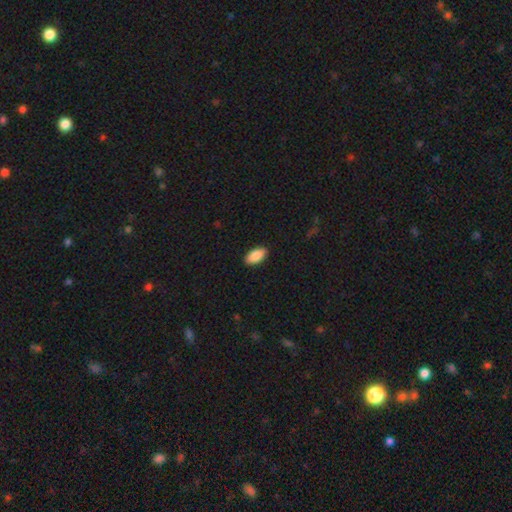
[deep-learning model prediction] Overall: smooth (88%). How rounded: in between (94%). Merging: none (90%).